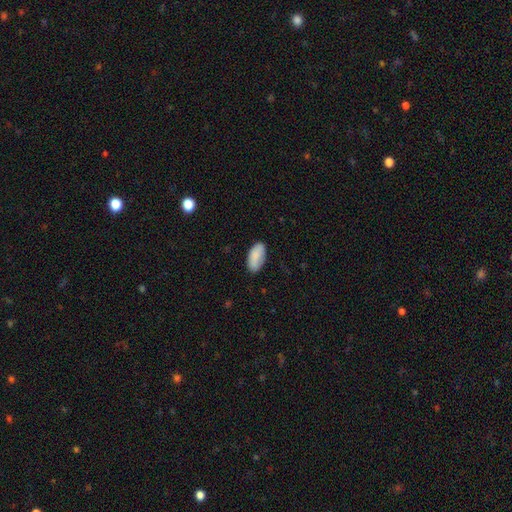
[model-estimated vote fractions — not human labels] This appears to be a smooth galaxy with no disk features (86%) that is in between round and cigar-shaped (93%). Merging: none (80%).